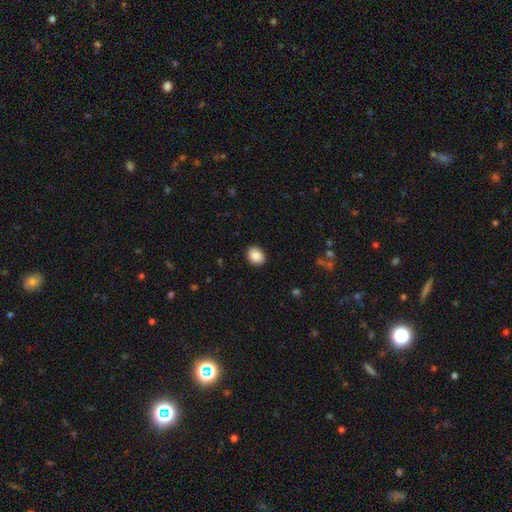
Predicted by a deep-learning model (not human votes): Morphology: type=smooth (89%); roundness=in between (51%); merging=none (89%).